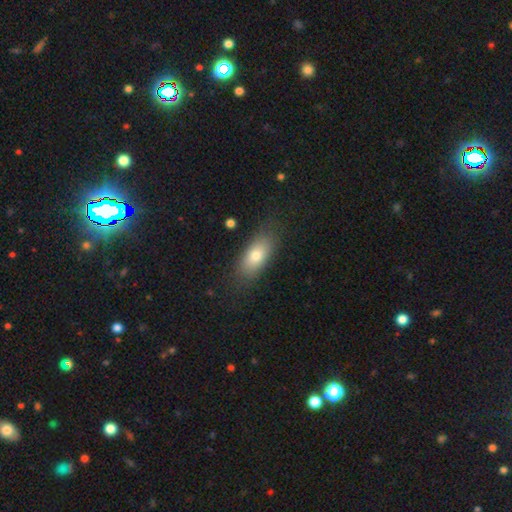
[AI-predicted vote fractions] This is likely a smooth galaxy (76%). How rounded: clearly in between (85%). Merging: clearly none (81%).